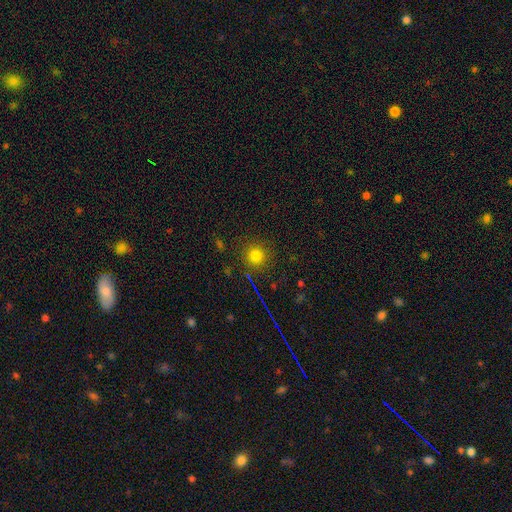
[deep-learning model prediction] smooth-or-featured: smooth: 77% | star or artifact: 16% | featured or disk: 6%
  how-rounded: round: 93% | in between: 6% | cigar-shaped: 1%
  merging: none: 88% | minor disturbance: 8% | major disturbance: 3% | merger: 2%